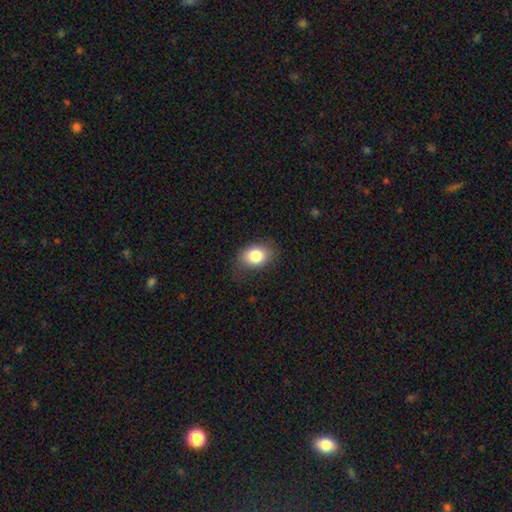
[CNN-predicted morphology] Smooth or featured?
  - smooth: 83% *
  - star or artifact: 9%
  - featured or disk: 9%
How rounded?
  - in between: 70% *
  - round: 29%
  - cigar-shaped: 1%
Merging?
  - none: 74% *
  - minor disturbance: 19%
  - major disturbance: 6%
  - merger: 1%